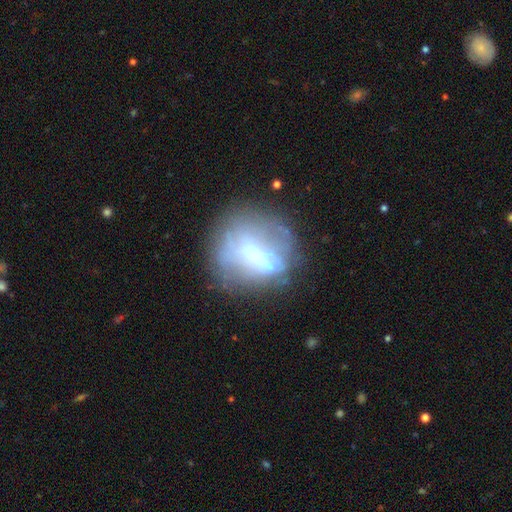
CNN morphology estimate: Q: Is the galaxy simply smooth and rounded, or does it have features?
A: featured or disk — 49%.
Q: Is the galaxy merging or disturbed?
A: none — 52%.